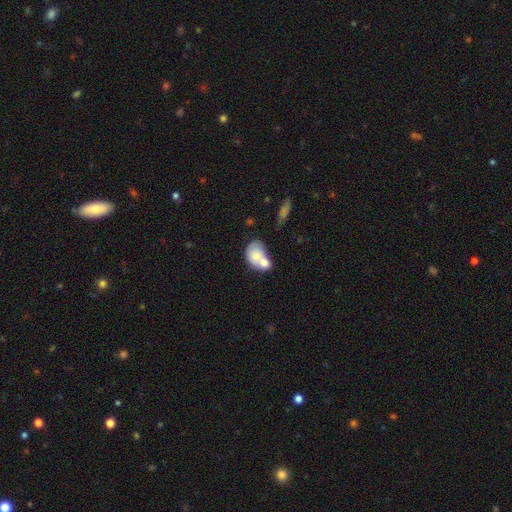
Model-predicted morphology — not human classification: This is likely a smooth galaxy (66%). How rounded: likely in between (66%). Merging: likely merger (65%).